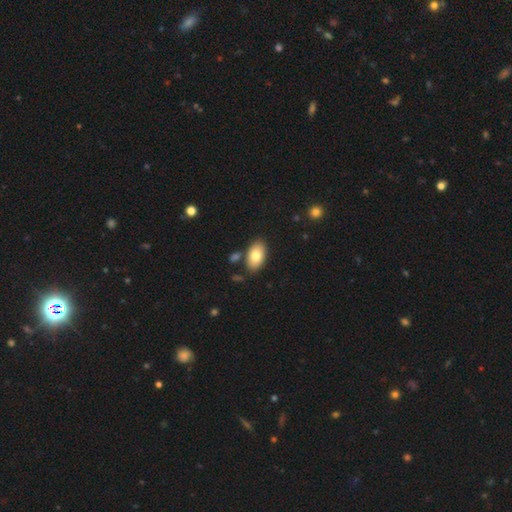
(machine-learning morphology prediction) Smooth or featured? Predicted: smooth (p=0.78). How rounded? Predicted: in between (p=0.94). Merging? Predicted: none (p=0.82).